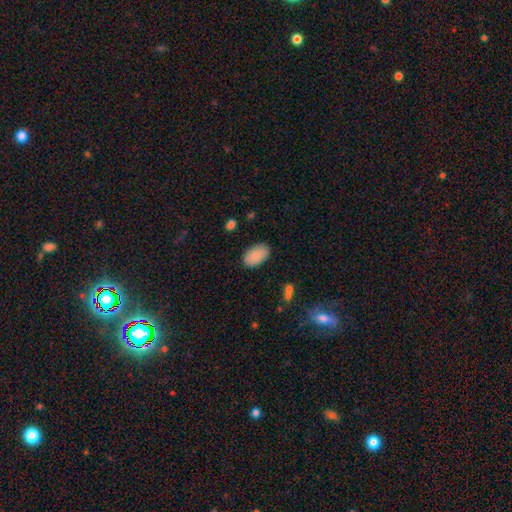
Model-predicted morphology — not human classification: Smooth or featured: smooth — 89% (star or artifact — 7%)
How rounded: in between — 94% (round — 5%)
Merging: none — 86% (minor disturbance — 10%)